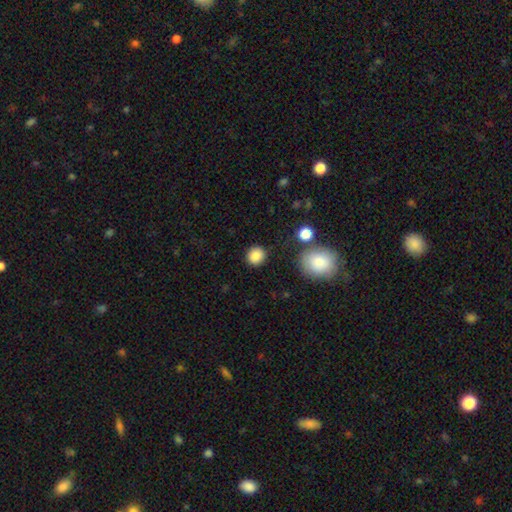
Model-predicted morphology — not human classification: A smooth galaxy with no disk features (87%) that is round (88%). Merging: none (87%).